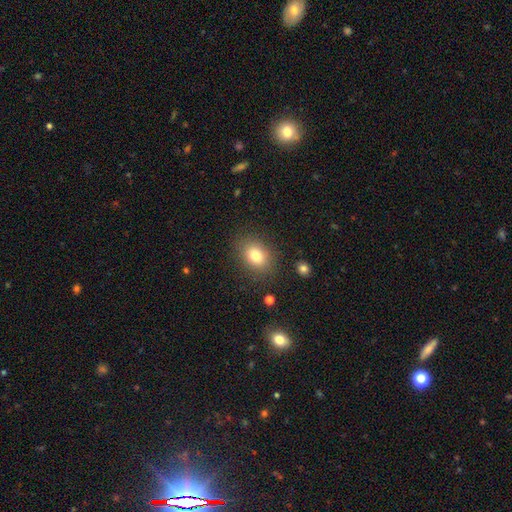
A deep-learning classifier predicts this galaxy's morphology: Smooth or featured? Predicted: smooth (p=0.78). How rounded? Predicted: in between (p=0.62). Merging? Predicted: none (p=0.83).